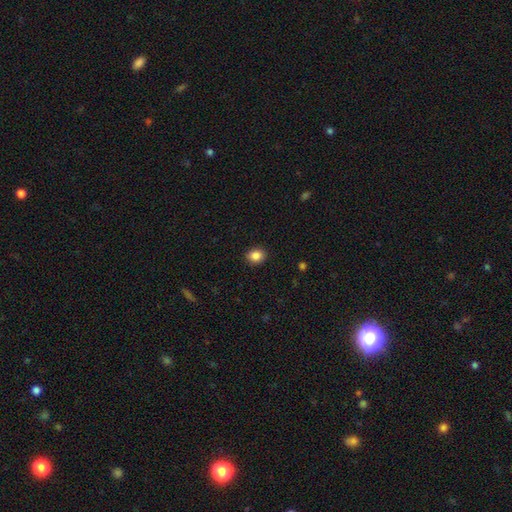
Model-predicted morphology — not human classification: The model was most divided on "how rounded": round: 59%, in between: 40%, cigar-shaped: 1%. More confident: merging — none (91%); smooth or featured — smooth (86%).